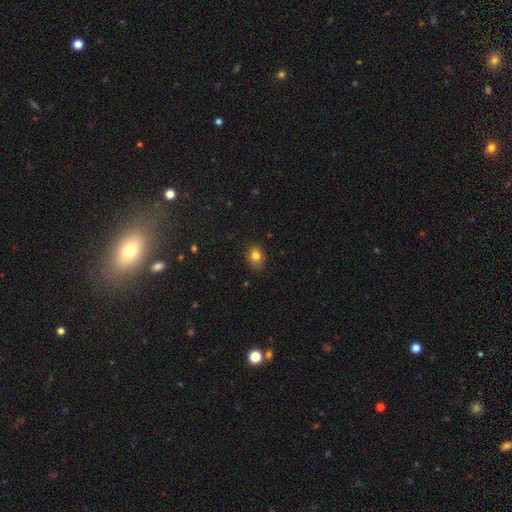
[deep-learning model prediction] smooth_or_featured: smooth (p=0.81) [alt: star or artifact p=0.11]
how_rounded: in between (p=0.57) [alt: round p=0.42]
merging: none (p=0.77) [alt: minor disturbance p=0.18]